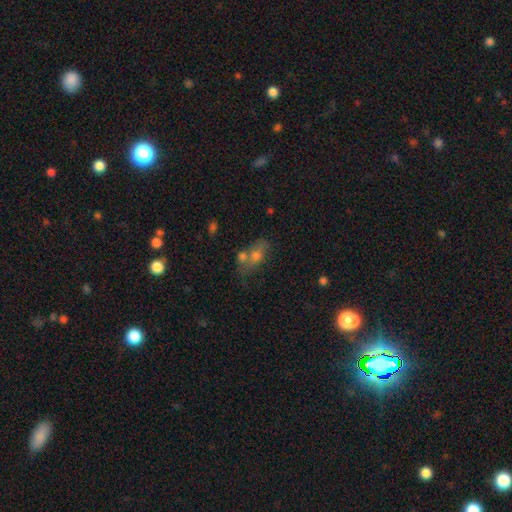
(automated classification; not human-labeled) This appears to be a smooth galaxy with no disk features (60%) that is in between round and cigar-shaped (72%). Merging: none (40%).